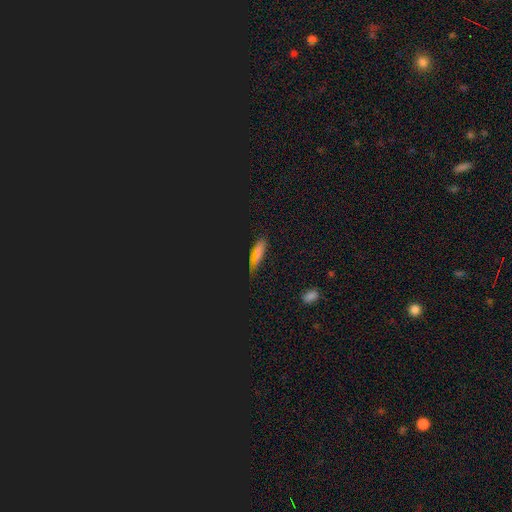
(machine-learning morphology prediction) This is possibly a smooth galaxy (49%). Merging: likely none (75%).